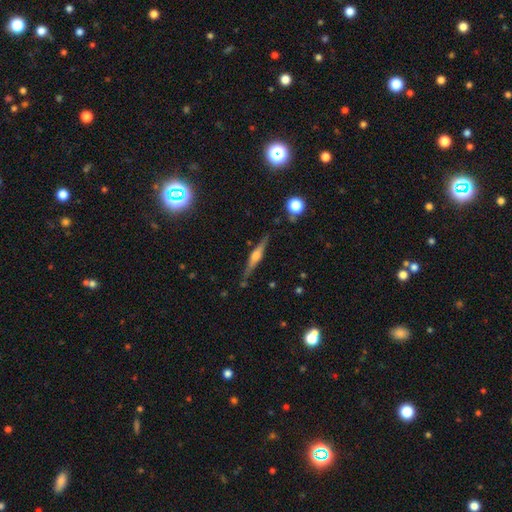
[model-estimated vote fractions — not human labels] Overall: featured or disk (70%). Edge-on disk: yes (97%). Edge-on bulge: rounded (82%). Merging: none (85%).